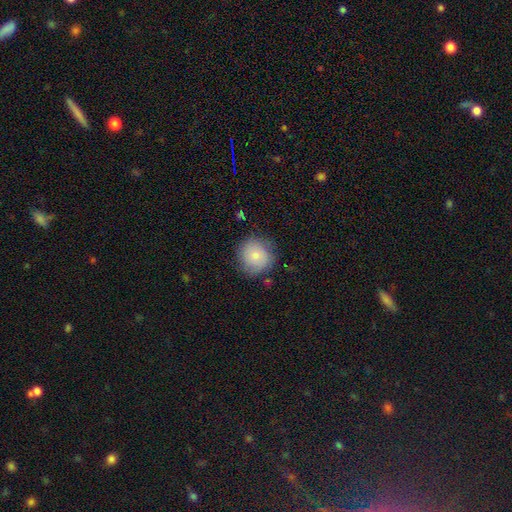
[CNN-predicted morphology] A smooth galaxy with no disk features (77%) that is round (90%).

Vote fractions:
- Smooth or featured? smooth: 77% / featured or disk: 16% / star or artifact: 8%
- How rounded? round: 90% / in between: 9% / cigar-shaped: 1%
- Merging? none: 77% / minor disturbance: 17% / major disturbance: 5% / merger: 2%